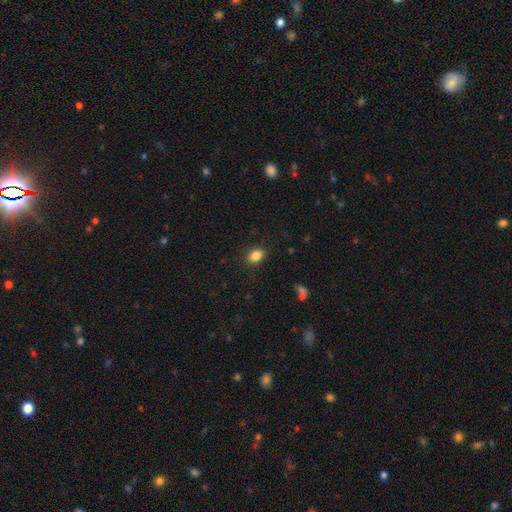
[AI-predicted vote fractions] A smooth galaxy with no disk features (85%) that is in between round and cigar-shaped (60%).

Vote fractions:
- Smooth or featured? smooth: 85% / star or artifact: 10% / featured or disk: 5%
- How rounded? in between: 60% / round: 39% / cigar-shaped: 1%
- Merging? none: 87% / minor disturbance: 9% / major disturbance: 3% / merger: 1%